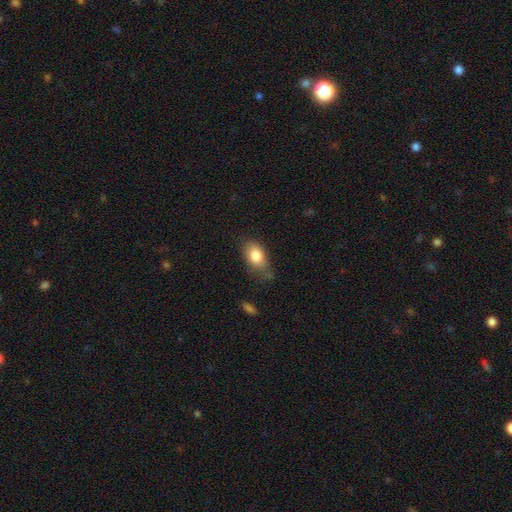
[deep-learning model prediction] smooth-or-featured: smooth: 82% | featured or disk: 10% | star or artifact: 8%
  how-rounded: in between: 85% | round: 12% | cigar-shaped: 3%
  merging: none: 58% | minor disturbance: 31% | major disturbance: 8% | merger: 3%